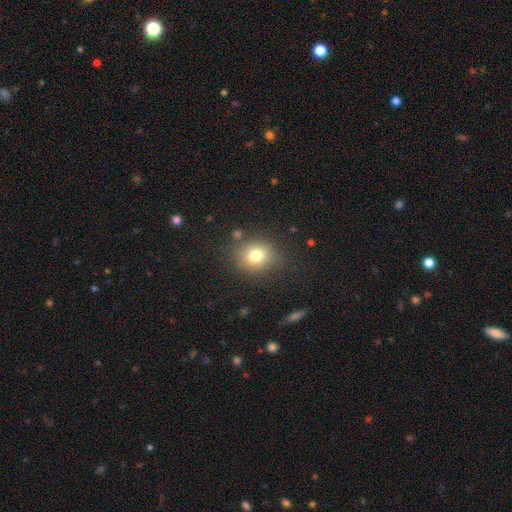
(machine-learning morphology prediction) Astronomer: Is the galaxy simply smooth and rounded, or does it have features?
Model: smooth — 77%.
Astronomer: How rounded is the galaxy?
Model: round — 71%.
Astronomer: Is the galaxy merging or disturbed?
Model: none — 80%.